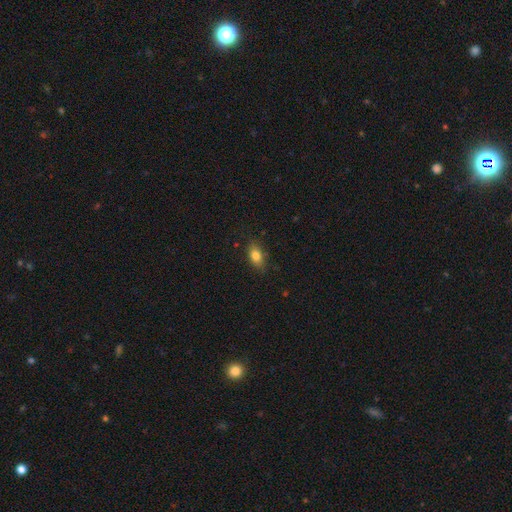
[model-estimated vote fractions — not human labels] The model was most divided on "merging": none: 79%, minor disturbance: 16%, major disturbance: 3%, merger: 1%. More confident: how rounded — in between (82%); smooth or featured — smooth (79%).